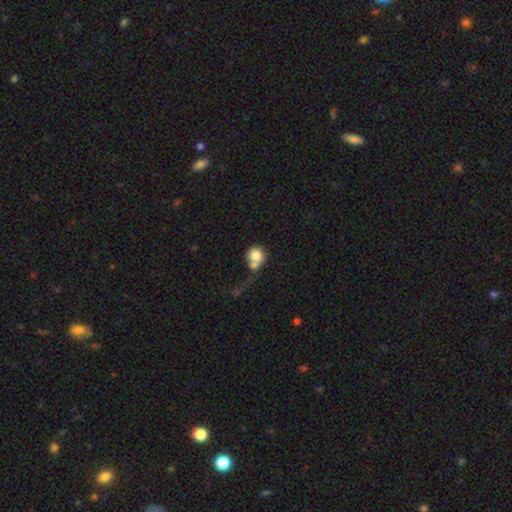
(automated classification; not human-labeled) smooth-or-featured: smooth: 77% | featured or disk: 15% | star or artifact: 8%
  how-rounded: round: 83% | in between: 16% | cigar-shaped: 1%
  merging: merger: 48% | none: 28% | major disturbance: 13% | minor disturbance: 11%